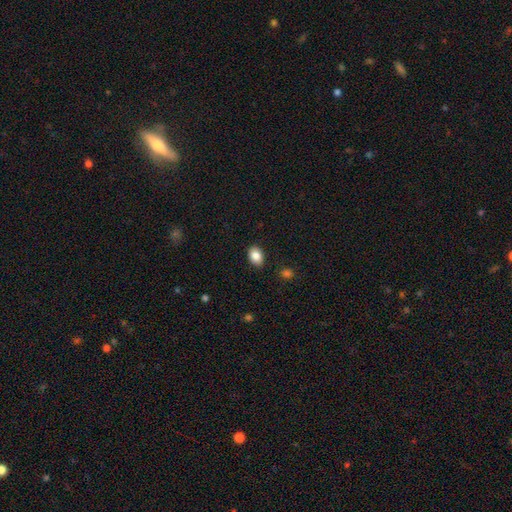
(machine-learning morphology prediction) Smooth or featured? Predicted: smooth (p=0.86). How rounded? Predicted: in between (p=0.80). Merging? Predicted: none (p=0.88).